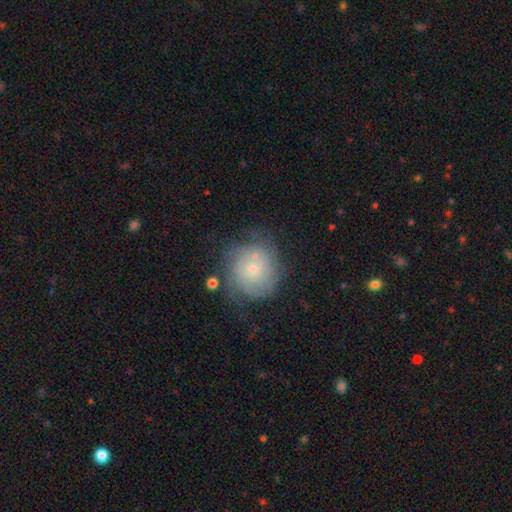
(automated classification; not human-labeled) A featured or disk galaxy (67%) with no bar (83%), tight (74%) spiral arms (89%) and a small central bulge (73%).

Vote fractions:
- Smooth or featured? featured or disk: 67% / smooth: 25% / star or artifact: 8%
- Edge-on disk? no: 98% / yes: 2%
- Bar? no: 83% / weak: 15% / strong: 2%
- Spiral arms? yes: 89% / no: 11%
- Spiral winding? tight: 74% / medium: 19% / loose: 7%
- Spiral arm count? can't tell: 44% / 2: 17% / 3: 16% / 4: 11% / more than 4: 6% / 1: 6%
- Bulge size? small: 73% / moderate: 22% / none: 2% / large: 2% / dominant: 1%
- Merging? none: 65% / minor disturbance: 19% / major disturbance: 10% / merger: 6%